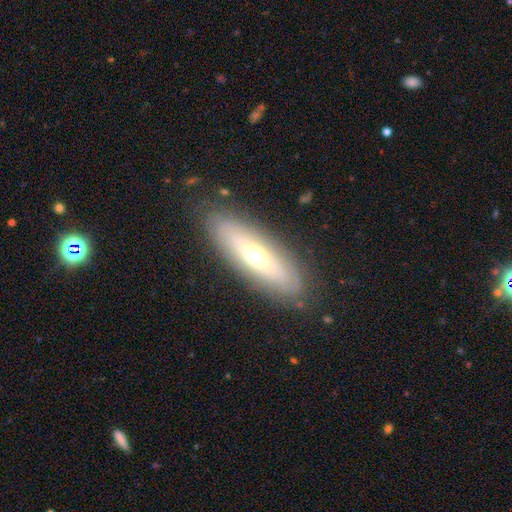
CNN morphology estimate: Smooth or featured? Predicted: smooth (p=0.47). Merging? Predicted: none (p=0.84).